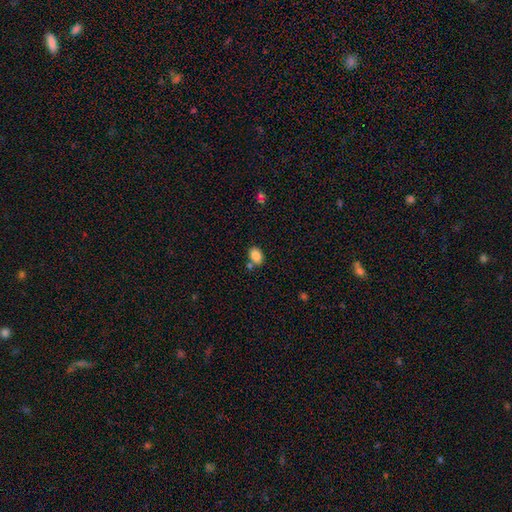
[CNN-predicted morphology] smooth_or_featured: smooth (p=0.86) [alt: star or artifact p=0.09]
how_rounded: in between (p=0.77) [alt: round p=0.22]
merging: none (p=0.70) [alt: merger p=0.14]